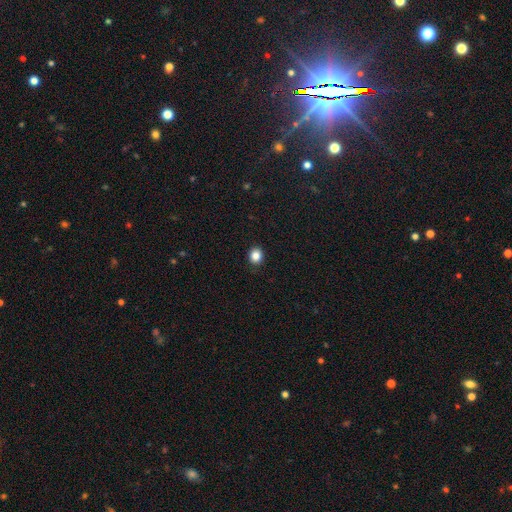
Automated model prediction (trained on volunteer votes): Overall: smooth (85%). How rounded: round (81%). Merging: none (91%).